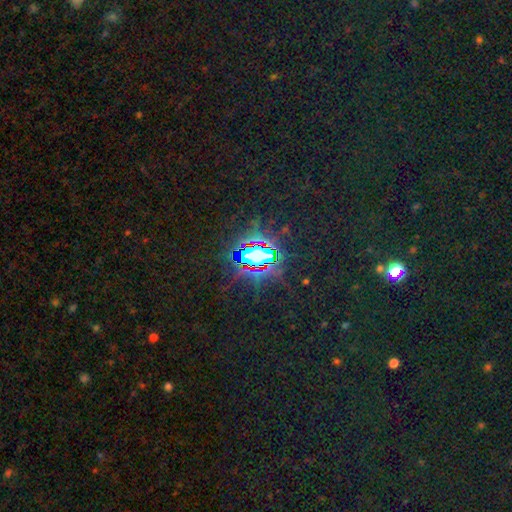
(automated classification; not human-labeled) smooth_or_featured: star or artifact (p=0.79) [alt: featured or disk p=0.11]